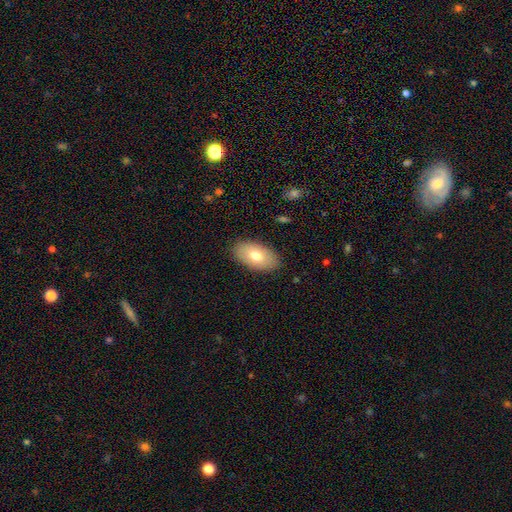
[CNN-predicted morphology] smooth-or-featured: smooth: 72% | featured or disk: 21% | star or artifact: 6%
  how-rounded: in between: 94% | round: 4% | cigar-shaped: 2%
  merging: none: 87% | minor disturbance: 10% | major disturbance: 2% | merger: 1%